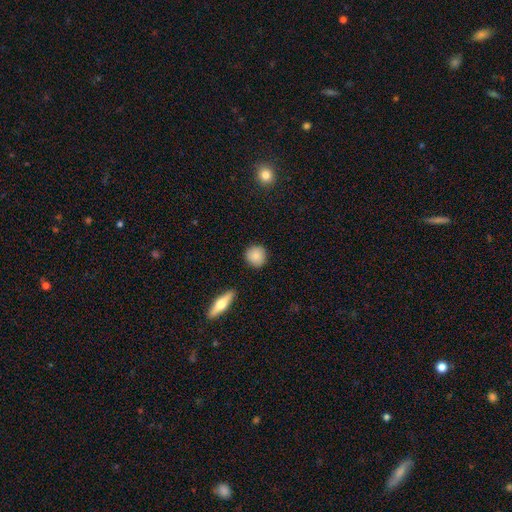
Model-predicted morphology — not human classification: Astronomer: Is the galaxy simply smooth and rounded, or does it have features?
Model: smooth — 86%.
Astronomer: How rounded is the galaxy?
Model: round — 89%.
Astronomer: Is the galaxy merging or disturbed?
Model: none — 89%.